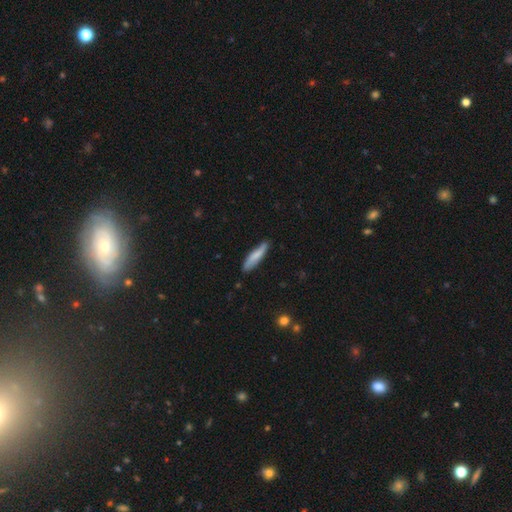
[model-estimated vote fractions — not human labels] A smooth galaxy with no disk features (74%) that is cigar-shaped (79%).

Vote fractions:
- Smooth or featured? smooth: 74% / featured or disk: 21% / star or artifact: 5%
- How rounded? cigar-shaped: 79% / in between: 19% / round: 2%
- Merging? none: 77% / minor disturbance: 18% / major disturbance: 3% / merger: 2%